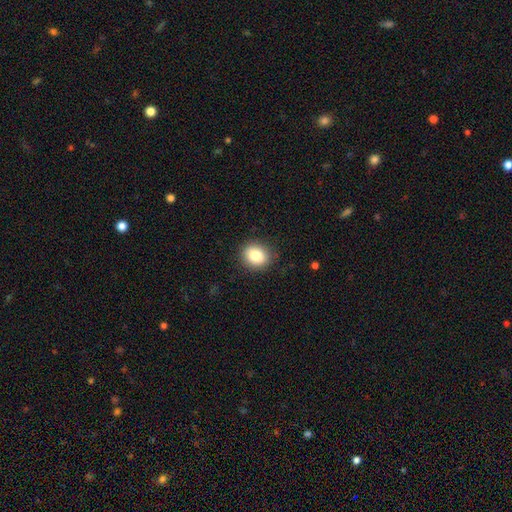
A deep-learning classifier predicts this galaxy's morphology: This is clearly a smooth galaxy (85%). How rounded: likely round (66%). Merging: clearly none (87%).